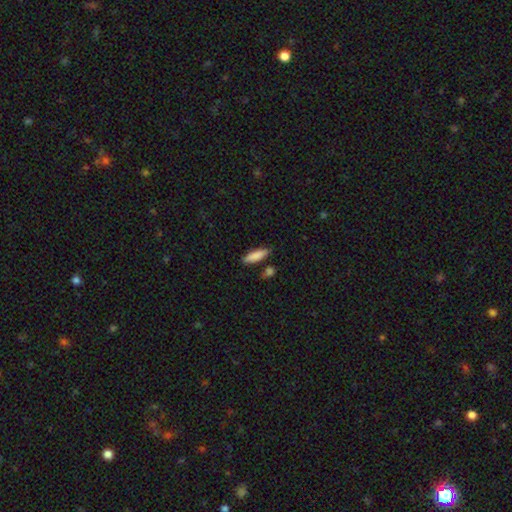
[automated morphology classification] Smooth or featured? Predicted: smooth (p=0.87). How rounded? Predicted: cigar-shaped (p=0.58). Merging? Predicted: none (p=0.82).